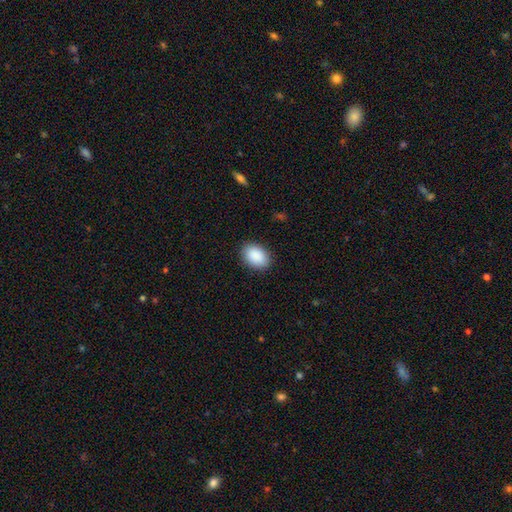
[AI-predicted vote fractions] Smooth or featured?
  - smooth: 91% *
  - star or artifact: 7%
  - featured or disk: 3%
How rounded?
  - in between: 84% *
  - round: 15%
  - cigar-shaped: 1%
Merging?
  - none: 88% *
  - minor disturbance: 8%
  - major disturbance: 2%
  - merger: 1%